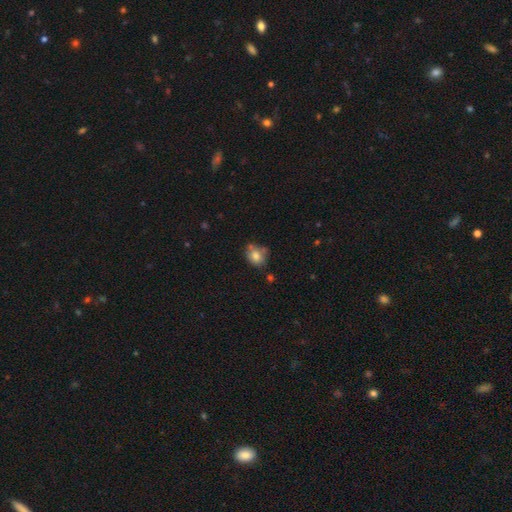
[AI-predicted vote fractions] Overall: smooth (76%). How rounded: round (55%; in between 44%). Merging: none (57%; minor disturbance 25%).